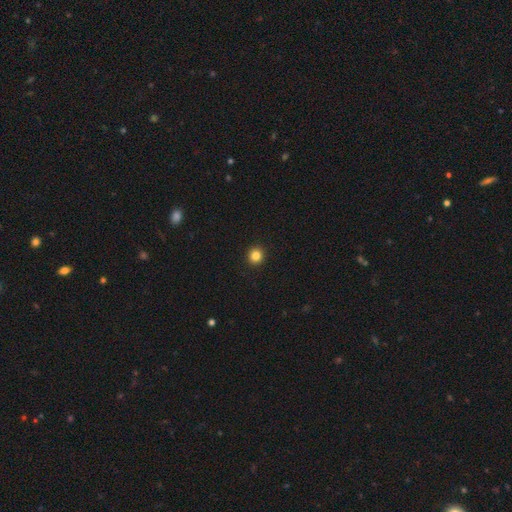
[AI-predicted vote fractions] This is clearly a smooth galaxy (84%). How rounded: clearly round (93%). Merging: clearly none (94%).